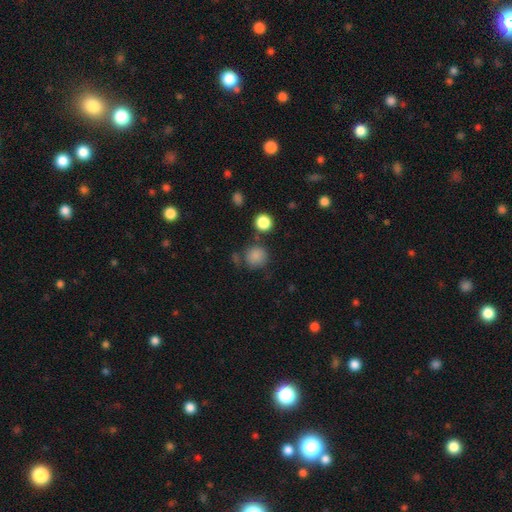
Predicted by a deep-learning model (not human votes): smooth_or_featured: smooth (p=0.82) [alt: star or artifact p=0.12]
how_rounded: round (p=0.89) [alt: in between p=0.10]
merging: none (p=0.69) [alt: minor disturbance p=0.16]